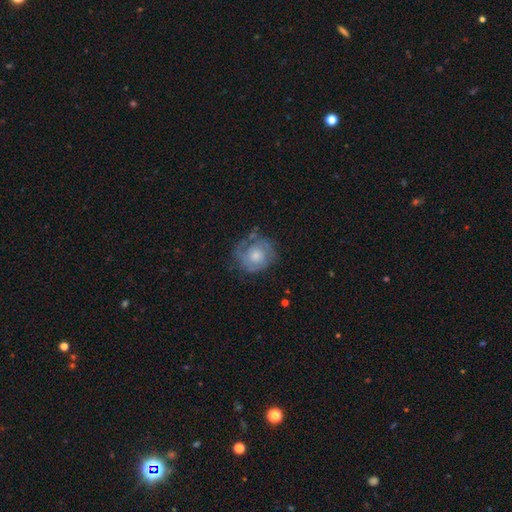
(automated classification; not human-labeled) A featured or disk galaxy (63%) with no bar (80%), spiral arms (79%) and a moderate central bulge (51%). Merging: none (63%).